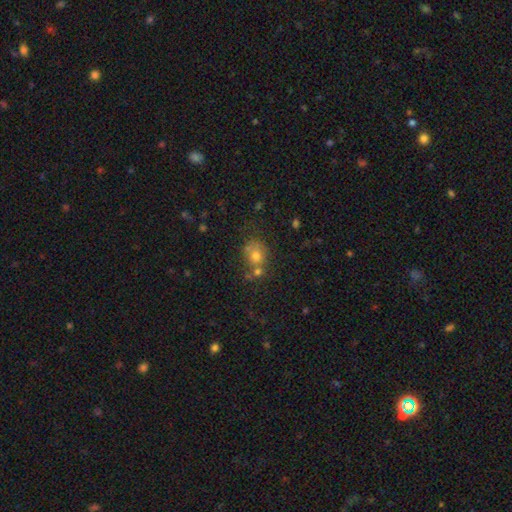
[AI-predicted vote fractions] smooth_or_featured: smooth (p=0.67) [alt: star or artifact p=0.18]
how_rounded: round (p=0.72) [alt: in between p=0.27]
merging: none (p=0.50) [alt: merger p=0.29]